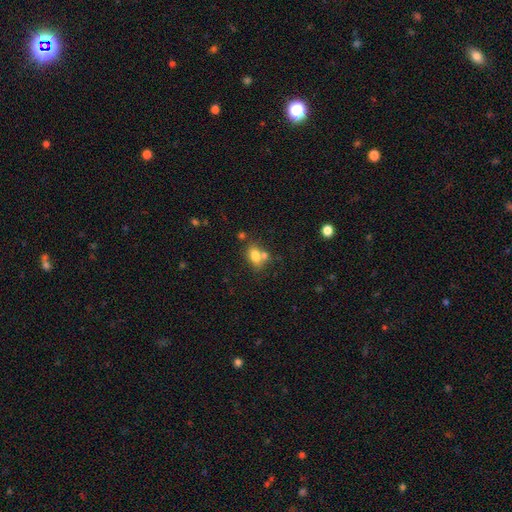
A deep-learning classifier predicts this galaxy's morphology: type=smooth (76%); roundness=in between (77%); merging=none (45%).